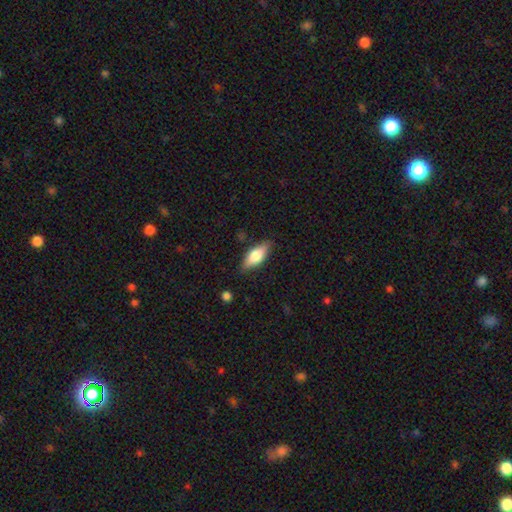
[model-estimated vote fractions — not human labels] smooth 68%, featured or disk 26%, star or artifact 6%. Down the decision tree: how rounded — in between (76%); merging — none (83%).